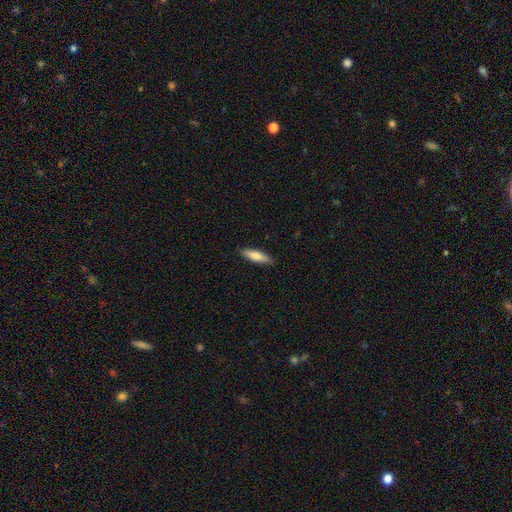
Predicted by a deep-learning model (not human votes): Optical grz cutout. It shows a smooth galaxy with no disk features (79%) that is cigar-shaped (67%). Merging: none (87%).